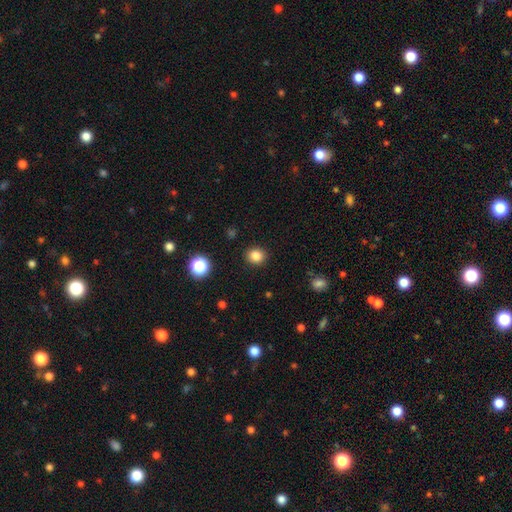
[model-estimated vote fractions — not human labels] Smooth or featured? Predicted: smooth (p=0.84). How rounded? Predicted: round (p=0.79). Merging? Predicted: none (p=0.90).